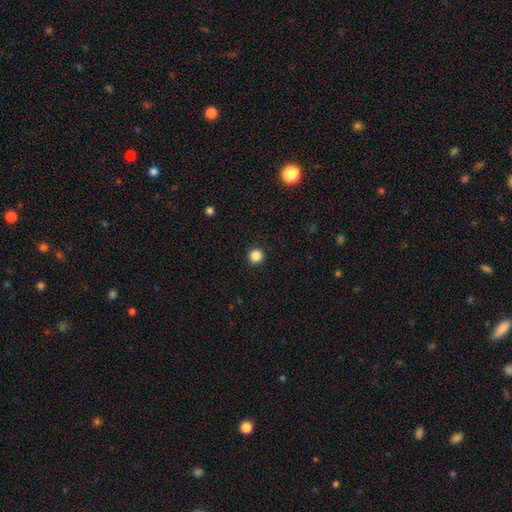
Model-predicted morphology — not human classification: A smooth galaxy with no disk features (86%) that is round (96%).

Vote fractions:
- Smooth or featured? smooth: 86% / star or artifact: 11% / featured or disk: 3%
- How rounded? round: 96% / in between: 3% / cigar-shaped: 1%
- Merging? none: 93% / minor disturbance: 4% / major disturbance: 2% / merger: 1%